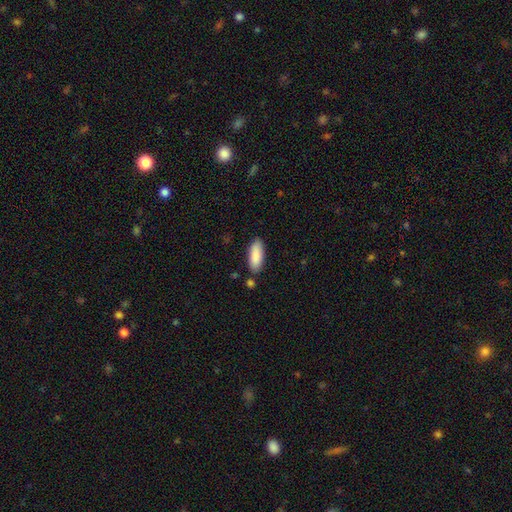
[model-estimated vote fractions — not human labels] Q: Smooth or featured?
A: smooth (89%); runner-up: star or artifact (6%)
Q: How rounded?
A: in between (73%); runner-up: cigar-shaped (25%)
Q: Merging?
A: none (83%); runner-up: minor disturbance (11%)